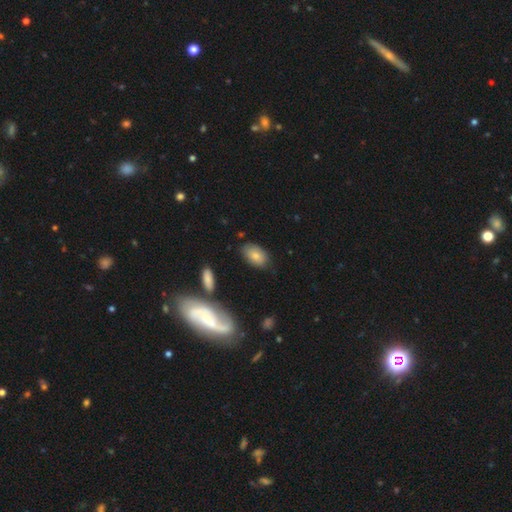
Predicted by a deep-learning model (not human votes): Smooth or featured? smooth (73%)
How rounded? in between (90%)
Merging? none (74%)